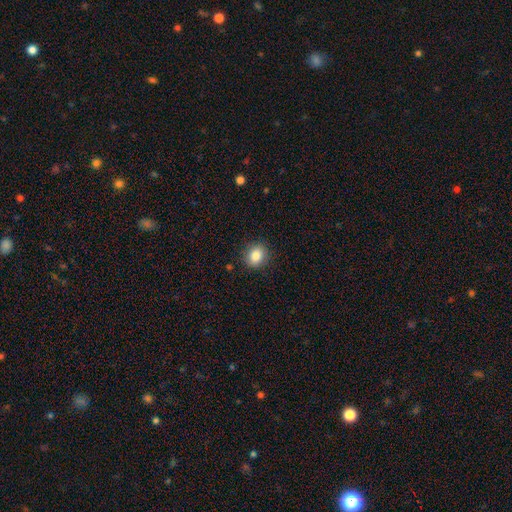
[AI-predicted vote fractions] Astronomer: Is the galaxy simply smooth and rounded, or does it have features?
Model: smooth — 85%.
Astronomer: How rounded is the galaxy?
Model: round — 67%.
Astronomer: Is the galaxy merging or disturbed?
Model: none — 88%.